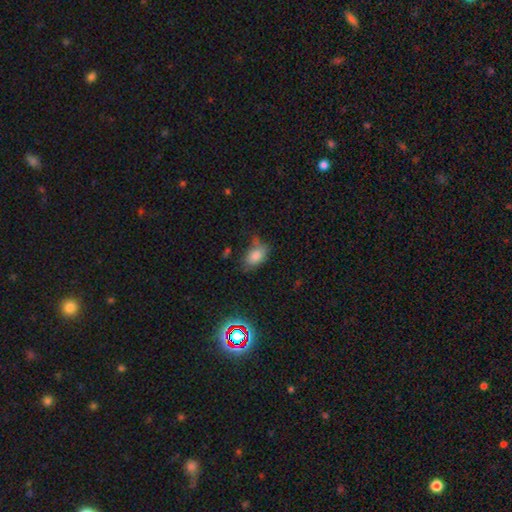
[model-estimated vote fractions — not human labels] Smooth or featured? Predicted: smooth (p=0.79). How rounded? Predicted: in between (p=0.90). Merging? Predicted: none (p=0.55).